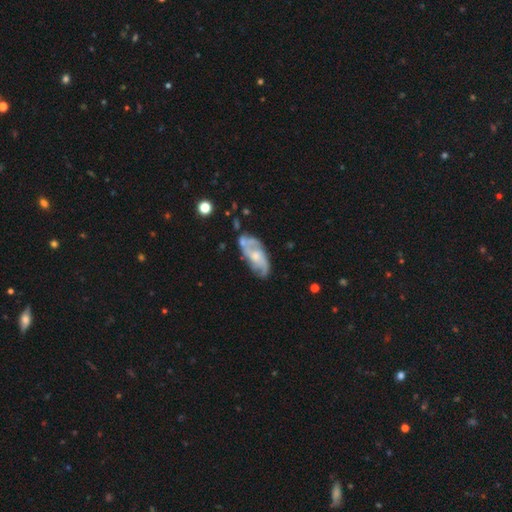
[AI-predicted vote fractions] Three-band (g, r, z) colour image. It shows a featured or disk galaxy (78%) with no bar (62%), 2 (55%) medium (47%) spiral arms (90%) and a moderate central bulge (48%). Merging: none (61%).